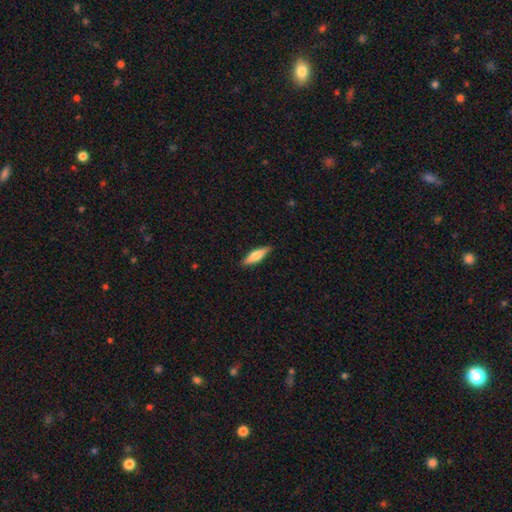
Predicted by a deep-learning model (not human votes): This is likely a smooth galaxy (63%). How rounded: likely cigar-shaped (64%). Merging: clearly none (88%).